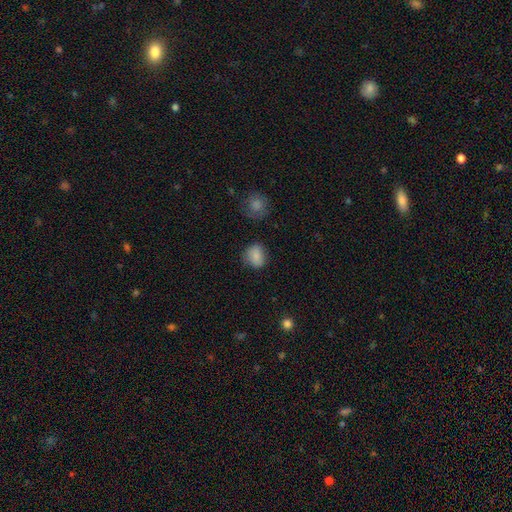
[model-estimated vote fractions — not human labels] smooth_or_featured: smooth (p=0.84) [alt: star or artifact p=0.10]
how_rounded: round (p=0.63) [alt: in between p=0.36]
merging: none (p=0.75) [alt: minor disturbance p=0.18]